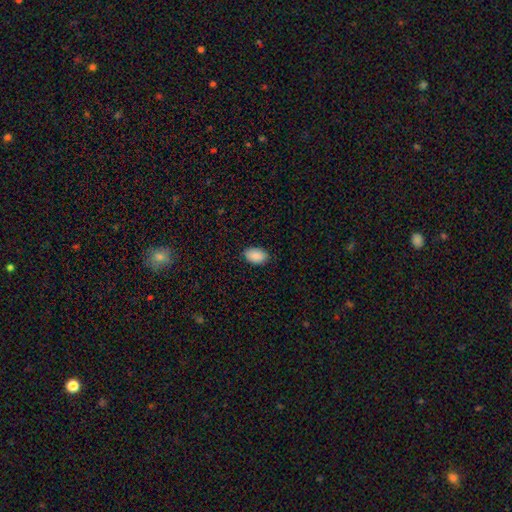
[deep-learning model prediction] A smooth galaxy with no disk features (90%) that is in between round and cigar-shaped (92%).

Vote fractions:
- Smooth or featured? smooth: 90% / star or artifact: 7% / featured or disk: 4%
- How rounded? in between: 92% / round: 7% / cigar-shaped: 1%
- Merging? none: 87% / minor disturbance: 10% / major disturbance: 2% / merger: 1%